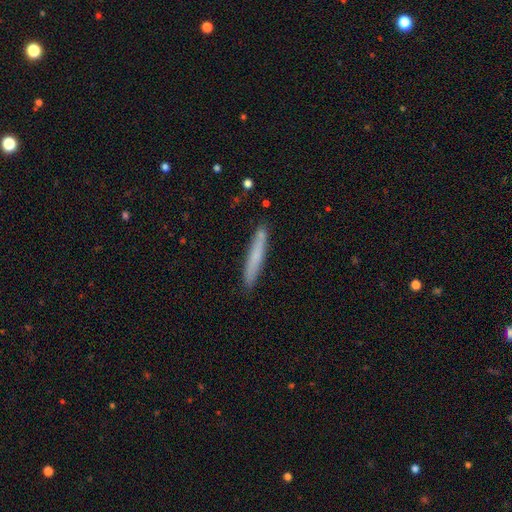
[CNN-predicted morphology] Smooth or featured: smooth — 69% (featured or disk — 25%)
How rounded: cigar-shaped — 96% (in between — 3%)
Merging: none — 87% (minor disturbance — 9%)